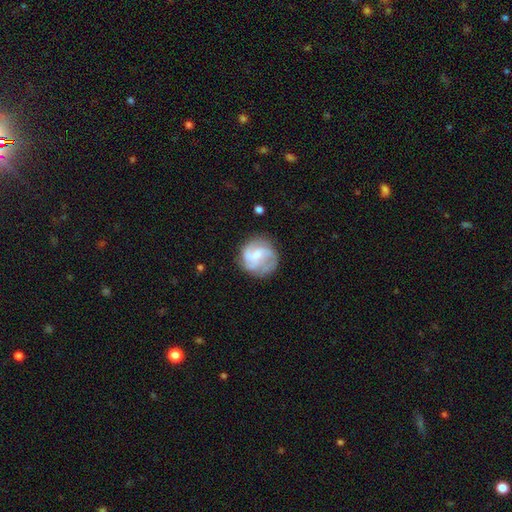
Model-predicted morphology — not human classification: Overall: featured or disk (73%). Edge-on disk: no (98%). Bar: no (50%; weak 41%). Spiral arms: yes (92%). Spiral arm count: 3 (46%; can't tell 17%). Spiral winding: medium (46%; tight 32%). Bulge size: small (42%; moderate 33%). Merging: none (70%).